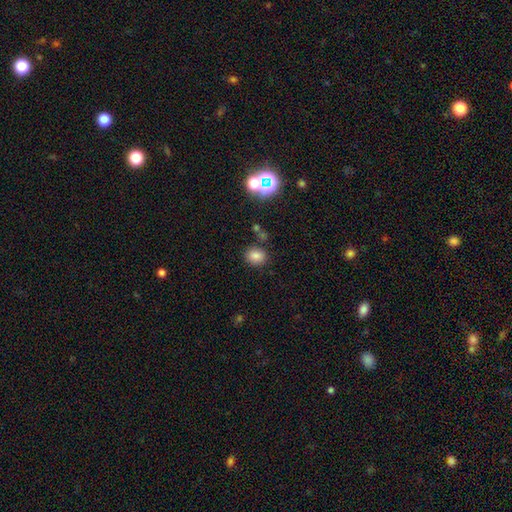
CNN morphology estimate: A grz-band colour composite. It shows a smooth galaxy with no disk features (80%) that is round (58%). Merging: none (80%).